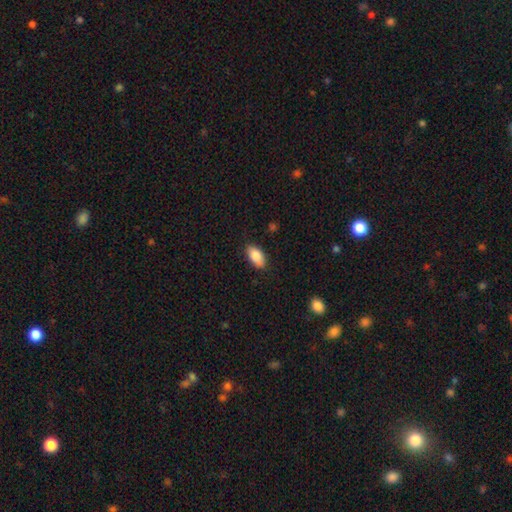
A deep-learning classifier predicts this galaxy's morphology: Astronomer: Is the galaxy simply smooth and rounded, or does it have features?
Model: smooth — 85%.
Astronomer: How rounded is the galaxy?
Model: in between — 92%.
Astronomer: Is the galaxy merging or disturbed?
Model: none — 84%.